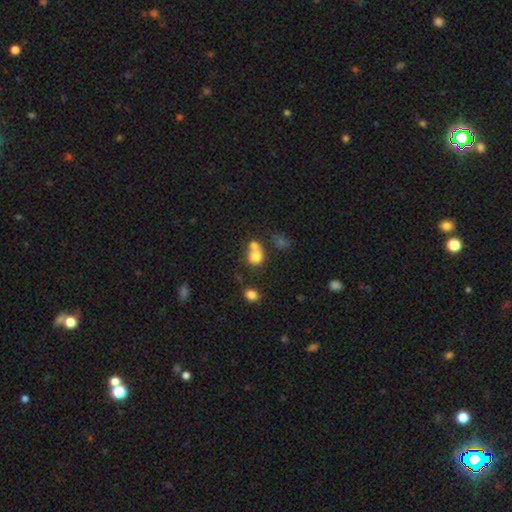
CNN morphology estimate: smooth 76%, featured or disk 12%, star or artifact 12%. Down the decision tree: how rounded — round (73%); merging — merger (52%).